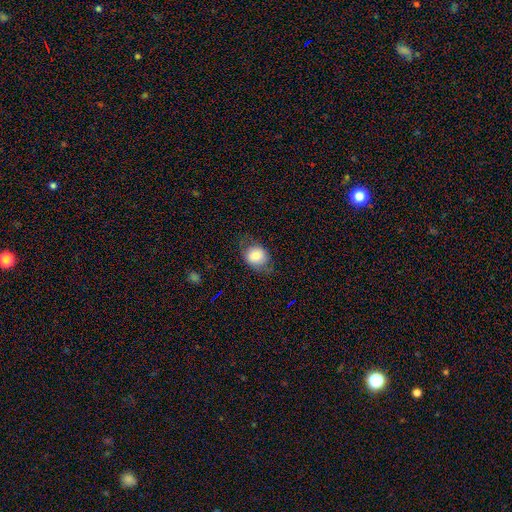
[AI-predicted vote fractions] Smooth or featured: smooth — 73% (featured or disk — 18%)
How rounded: round — 57% (in between — 42%)
Merging: none — 66% (minor disturbance — 23%)